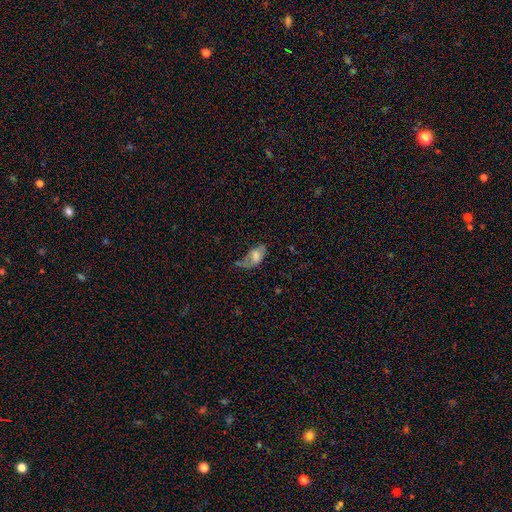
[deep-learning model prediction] This is possibly a smooth galaxy (55%). How rounded: clearly in between (90%). Merging: marginally none (35%).